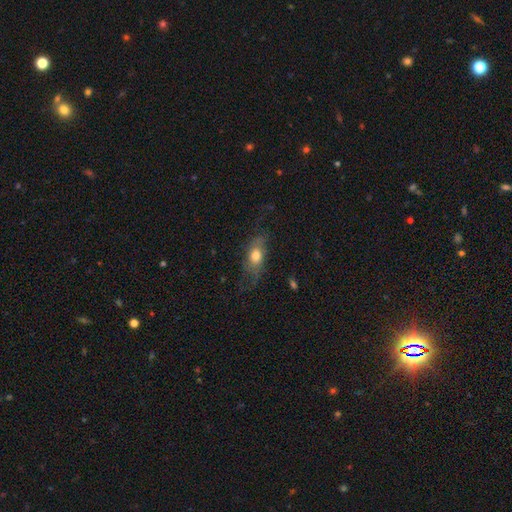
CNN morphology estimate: Q: Smooth or featured?
A: smooth (62%); runner-up: featured or disk (30%)
Q: How rounded?
A: in between (75%); runner-up: round (13%)
Q: Merging?
A: none (48%); runner-up: minor disturbance (26%)